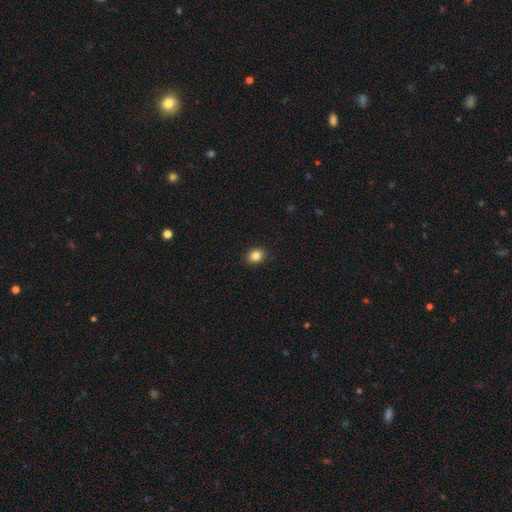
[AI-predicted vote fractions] Overall: smooth (84%). How rounded: round (53%; in between 46%). Merging: none (90%).